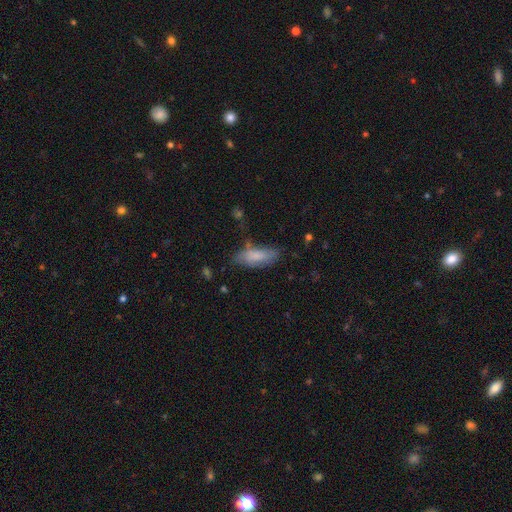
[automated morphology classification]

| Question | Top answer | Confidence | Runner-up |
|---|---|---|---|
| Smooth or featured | smooth | 77% | featured or disk (16%) |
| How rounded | in between | 72% | cigar-shaped (26%) |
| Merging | none | 61% | minor disturbance (26%) |